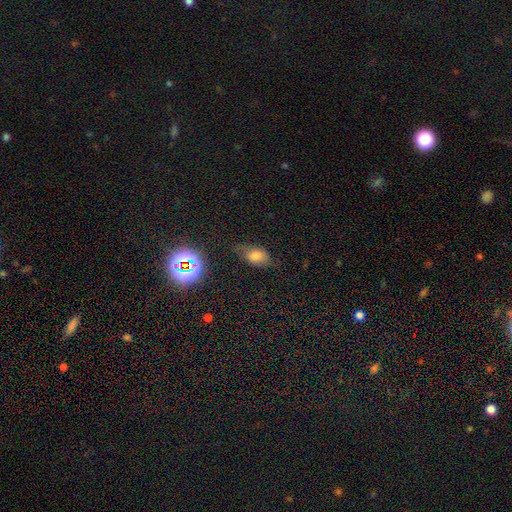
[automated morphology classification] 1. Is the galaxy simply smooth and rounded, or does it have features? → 71% smooth, 17% star or artifact, 12% featured or disk.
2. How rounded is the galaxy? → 86% in between, 10% round, 3% cigar-shaped.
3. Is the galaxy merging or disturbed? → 64% none, 25% minor disturbance, 8% major disturbance, 2% merger.